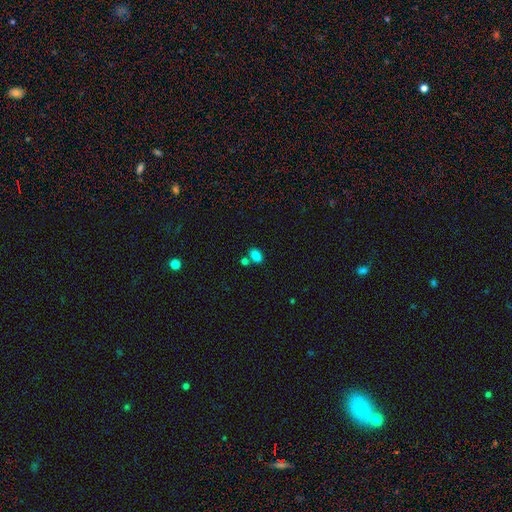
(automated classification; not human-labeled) smooth-or-featured: smooth: 83% | star or artifact: 12% | featured or disk: 5%
  how-rounded: in between: 85% | round: 14% | cigar-shaped: 2%
  merging: none: 63% | merger: 22% | minor disturbance: 12% | major disturbance: 4%